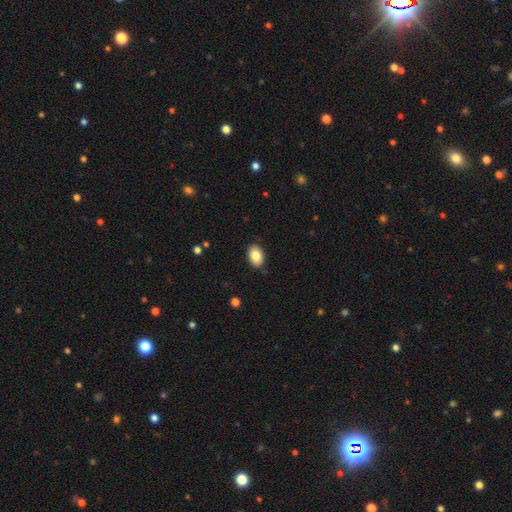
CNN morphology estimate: type=smooth (85%); roundness=in between (88%); merging=none (86%).